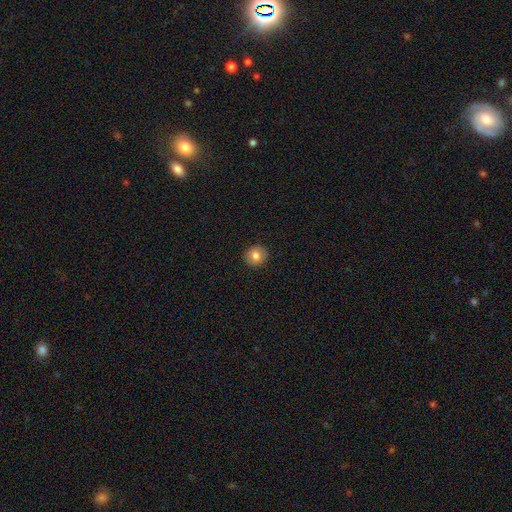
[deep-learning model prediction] Smooth or featured? smooth (80%)
How rounded? round (90%)
Merging? none (92%)